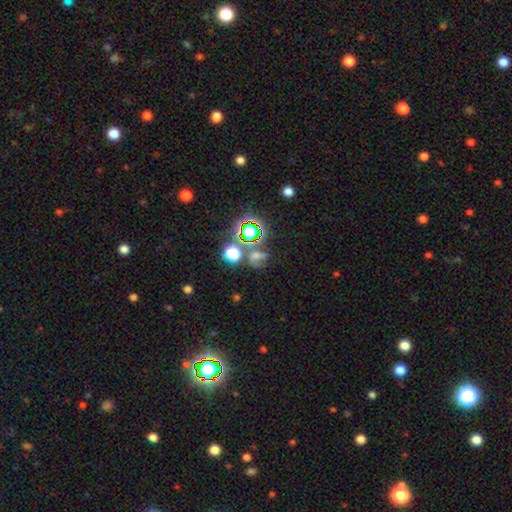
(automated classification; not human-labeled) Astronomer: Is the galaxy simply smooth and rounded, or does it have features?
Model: star or artifact — 45% (runner-up: smooth, 32%).